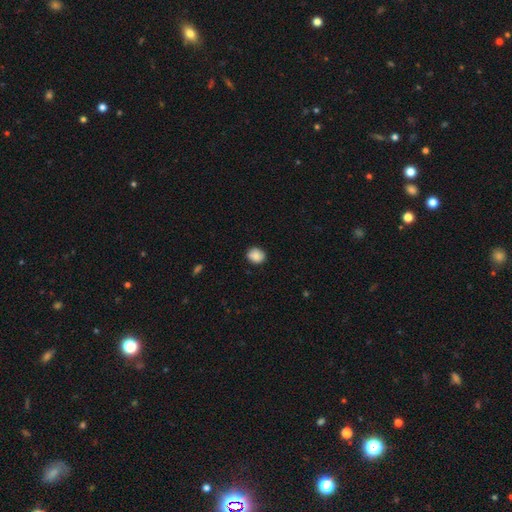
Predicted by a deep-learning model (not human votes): Smooth or featured? smooth (85%)
How rounded? round (70%)
Merging? none (84%)